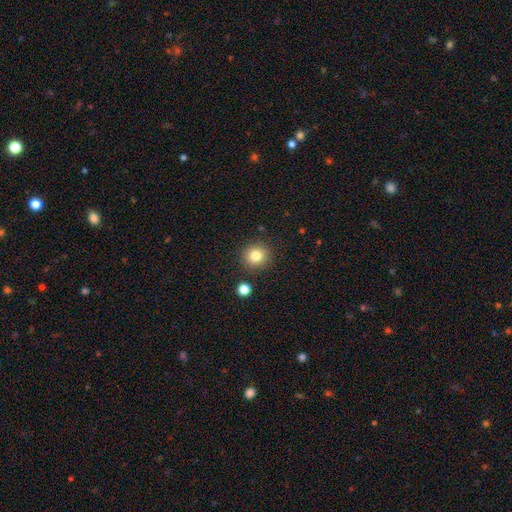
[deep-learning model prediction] smooth 82%, star or artifact 11%, featured or disk 7%. Down the decision tree: how rounded — round (90%); merging — none (87%).